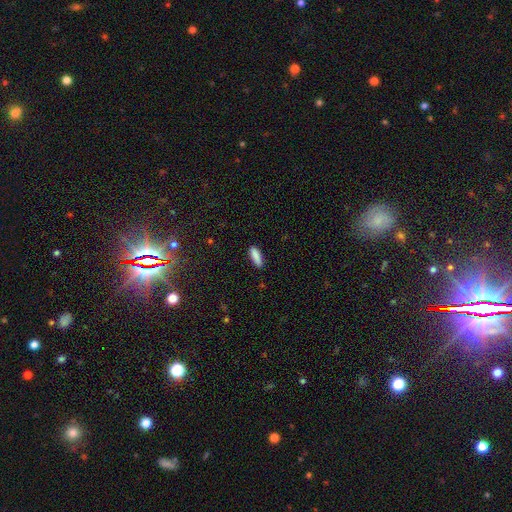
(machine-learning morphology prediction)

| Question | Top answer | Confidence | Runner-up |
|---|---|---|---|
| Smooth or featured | smooth | 88% | star or artifact (7%) |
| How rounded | in between | 50% | cigar-shaped (49%) |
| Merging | none | 86% | minor disturbance (11%) |